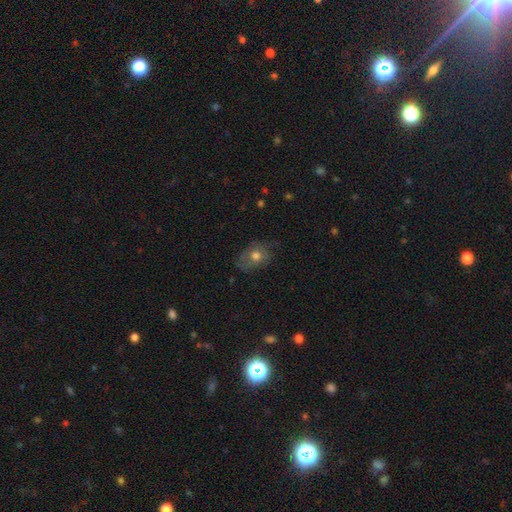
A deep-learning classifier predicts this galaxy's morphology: Smooth or featured?
  - smooth: 61% *
  - featured or disk: 28%
  - star or artifact: 11%
How rounded?
  - in between: 65% *
  - round: 34%
  - cigar-shaped: 1%
Merging?
  - none: 63% *
  - minor disturbance: 25%
  - major disturbance: 10%
  - merger: 2%